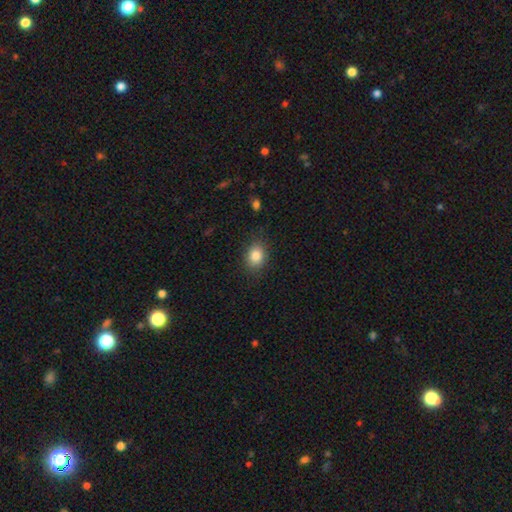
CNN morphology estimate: Smooth or featured? smooth (84%)
How rounded? in between (52%)
Merging? none (83%)